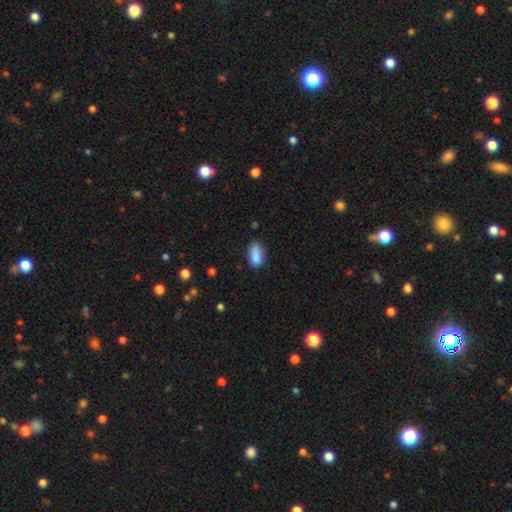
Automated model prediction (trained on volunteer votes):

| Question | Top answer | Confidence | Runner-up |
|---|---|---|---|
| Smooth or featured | smooth | 85% | star or artifact (9%) |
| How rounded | in between | 88% | cigar-shaped (7%) |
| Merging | none | 62% | minor disturbance (28%) |